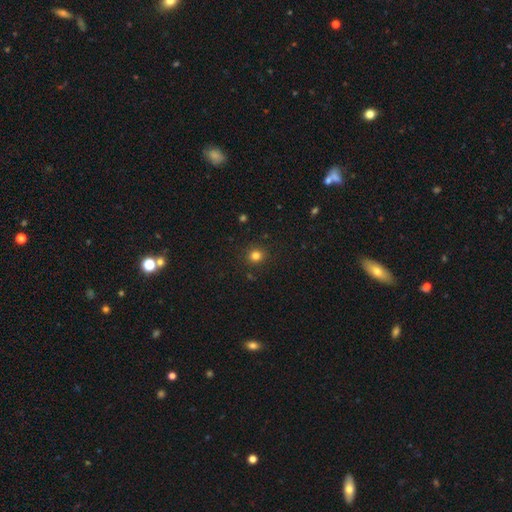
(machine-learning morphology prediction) smooth 81%, star or artifact 14%, featured or disk 5%. Down the decision tree: how rounded — round (89%); merging — none (89%).